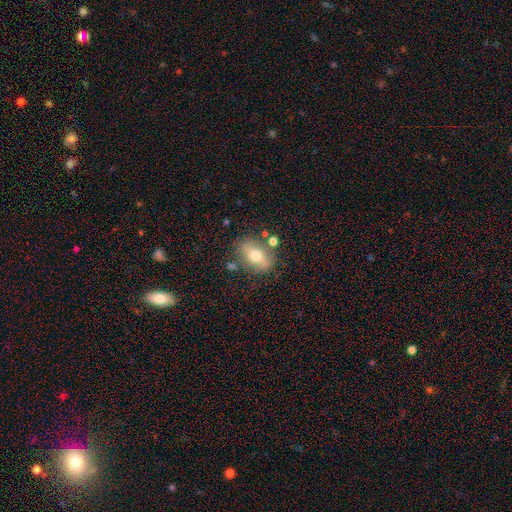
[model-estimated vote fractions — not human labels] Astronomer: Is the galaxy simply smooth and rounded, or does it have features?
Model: smooth — 54% (runner-up: featured or disk, 37%).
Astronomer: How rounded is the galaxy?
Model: in between — 74%.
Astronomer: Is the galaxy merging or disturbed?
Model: none — 74%.